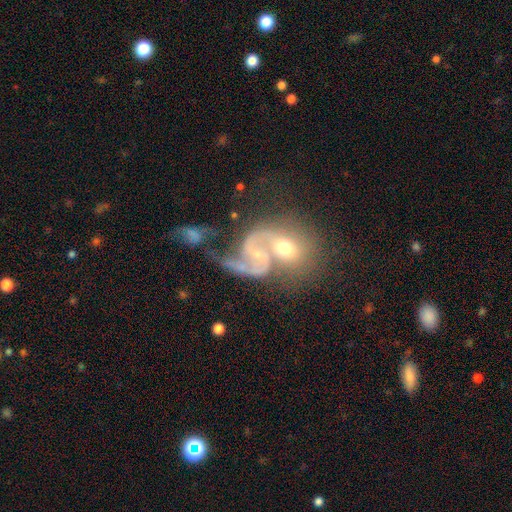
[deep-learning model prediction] A featured or disk galaxy (80%) with no bar (47%), 2 (80%) loose (47%) spiral arms (91%) and a small central bulge (56%). Merging: merger (58%).